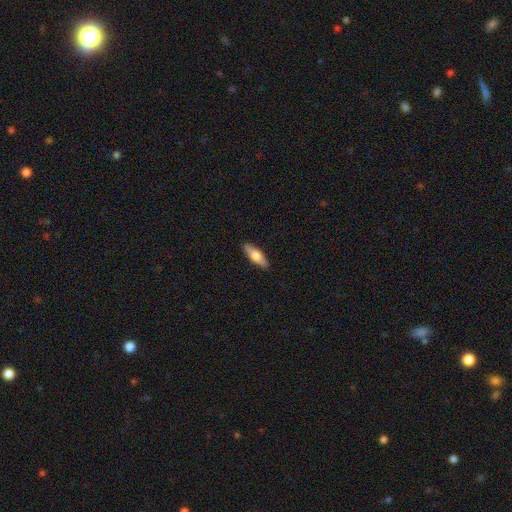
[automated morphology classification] smooth 63%, featured or disk 31%, star or artifact 6%. Down the decision tree: how rounded — in between (53%); merging — none (89%).